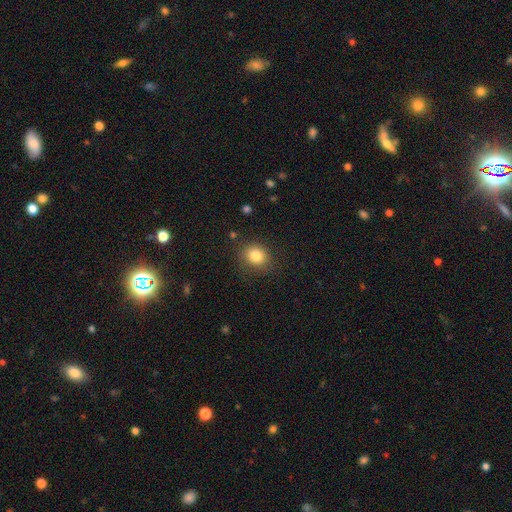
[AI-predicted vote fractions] Smooth or featured: smooth — 83% (star or artifact — 10%)
How rounded: round — 66% (in between — 34%)
Merging: none — 82% (minor disturbance — 12%)